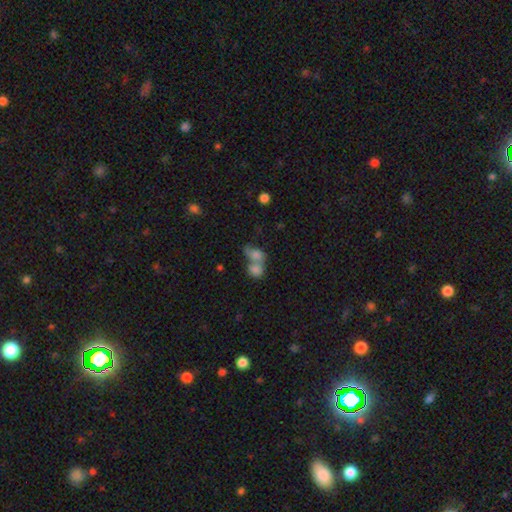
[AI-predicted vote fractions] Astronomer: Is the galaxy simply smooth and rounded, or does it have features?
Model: smooth — 66%.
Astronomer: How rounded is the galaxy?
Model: in between — 60% (runner-up: round, 38%).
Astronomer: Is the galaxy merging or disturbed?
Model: merger — 67%.